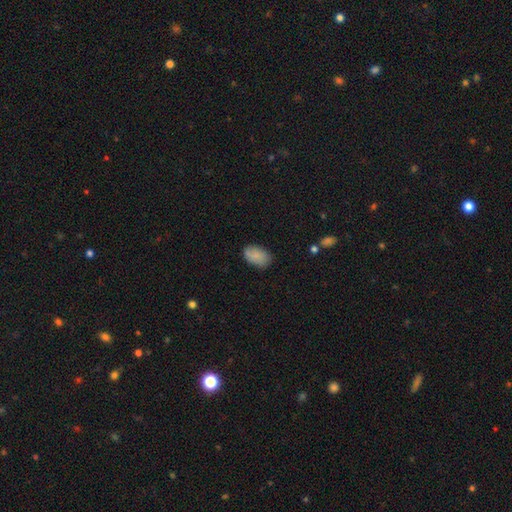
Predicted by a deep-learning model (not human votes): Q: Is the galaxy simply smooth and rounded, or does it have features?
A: smooth — 85%.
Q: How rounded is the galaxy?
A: in between — 91%.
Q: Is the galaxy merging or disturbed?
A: none — 76%.